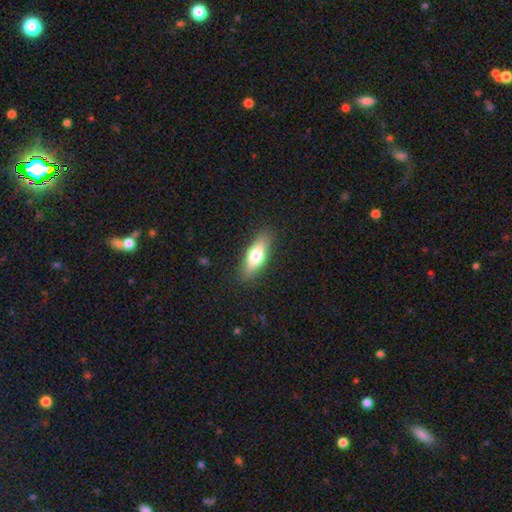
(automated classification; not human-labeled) A smooth galaxy with no disk features (66%) that is in between round and cigar-shaped (62%). Merging: none (87%).